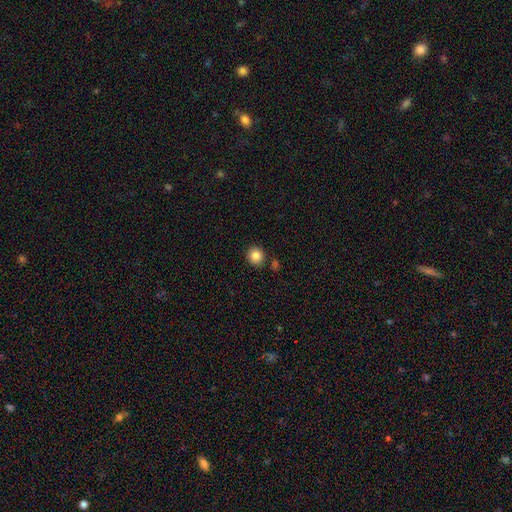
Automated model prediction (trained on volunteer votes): Morphology: type=smooth (86%); roundness=round (87%); merging=none (85%).